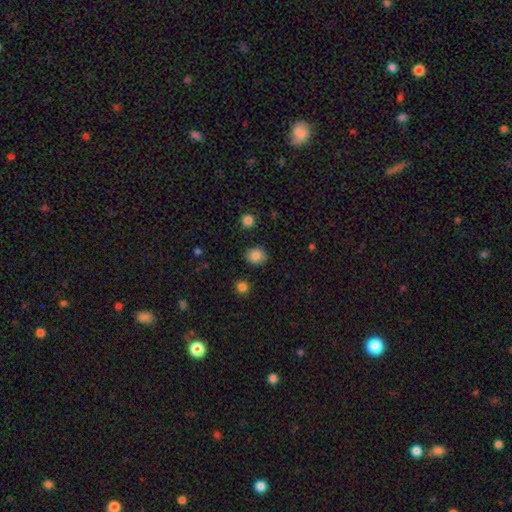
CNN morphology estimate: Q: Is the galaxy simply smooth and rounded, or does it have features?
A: smooth — 85%.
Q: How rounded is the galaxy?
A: round — 71%.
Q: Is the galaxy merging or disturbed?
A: none — 88%.